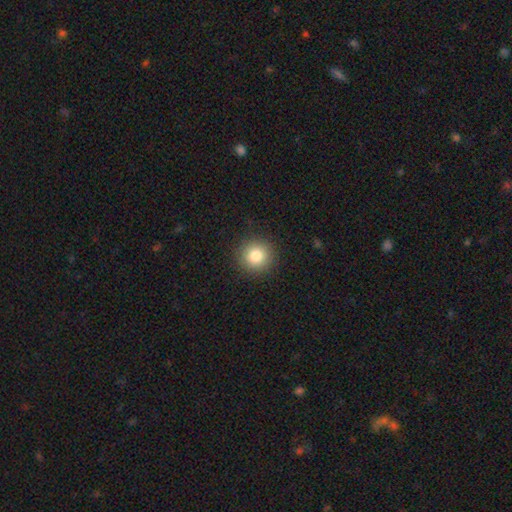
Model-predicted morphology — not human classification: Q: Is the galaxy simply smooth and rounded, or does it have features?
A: smooth — 83%.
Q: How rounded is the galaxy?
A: round — 94%.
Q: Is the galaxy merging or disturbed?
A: none — 91%.